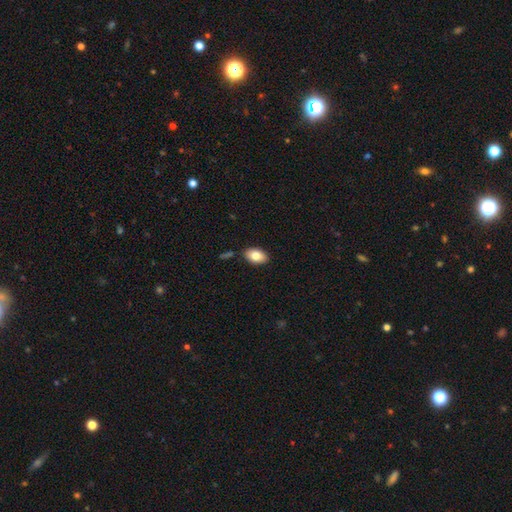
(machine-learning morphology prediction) This appears to be a smooth galaxy with no disk features (81%) that is in between round and cigar-shaped (92%). Merging: none (86%).